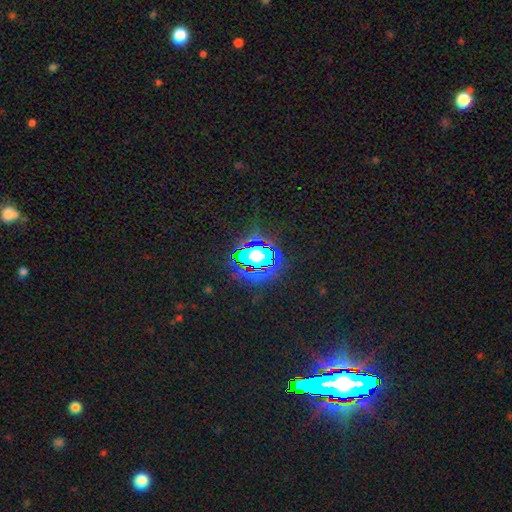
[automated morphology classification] Smooth or featured? Predicted: star or artifact (p=0.60).